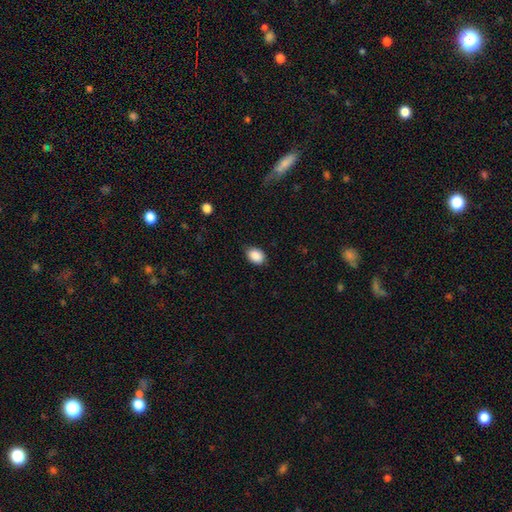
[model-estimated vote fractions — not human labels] Smooth or featured?
  - smooth: 89% *
  - star or artifact: 8%
  - featured or disk: 3%
How rounded?
  - in between: 78% *
  - round: 21%
  - cigar-shaped: 1%
Merging?
  - none: 78% *
  - minor disturbance: 18%
  - major disturbance: 3%
  - merger: 1%